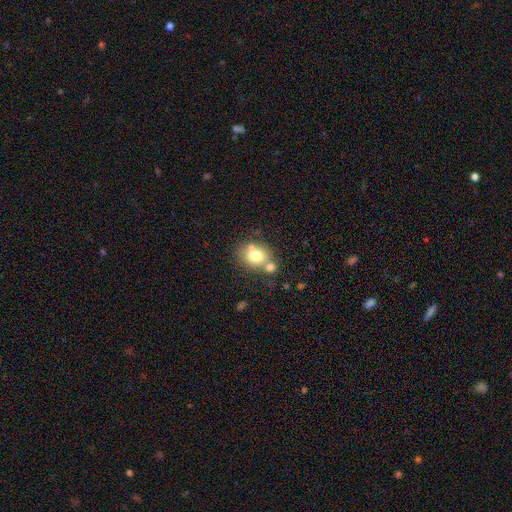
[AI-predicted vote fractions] smooth-or-featured: smooth: 73% | featured or disk: 16% | star or artifact: 11%
  how-rounded: round: 60% | in between: 39% | cigar-shaped: 1%
  merging: none: 54% | merger: 28% | minor disturbance: 13% | major disturbance: 5%